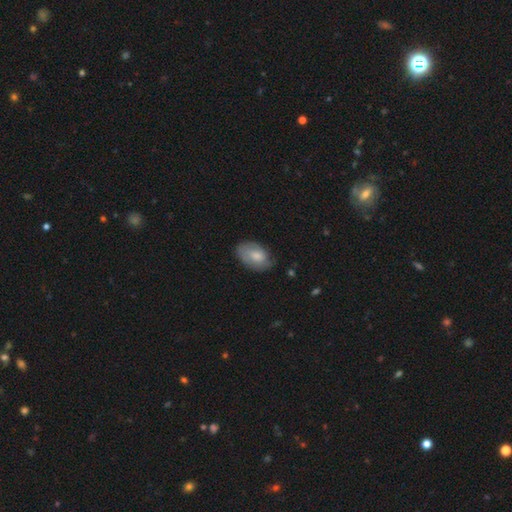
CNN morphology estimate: smooth-or-featured: smooth: 65% | featured or disk: 29% | star or artifact: 6%
  how-rounded: in between: 91% | round: 8% | cigar-shaped: 1%
  merging: none: 66% | minor disturbance: 26% | major disturbance: 7% | merger: 1%